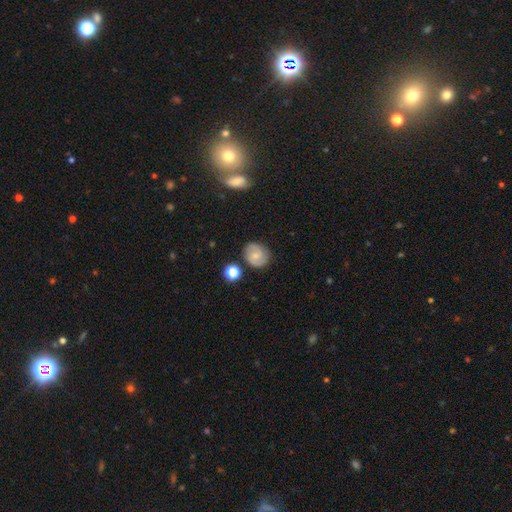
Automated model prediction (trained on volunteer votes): A featured or disk galaxy (58%) with no bar (55%), 2 (82%) medium (44%) spiral arms (91%) and a small central bulge (61%). Merging: none (80%).